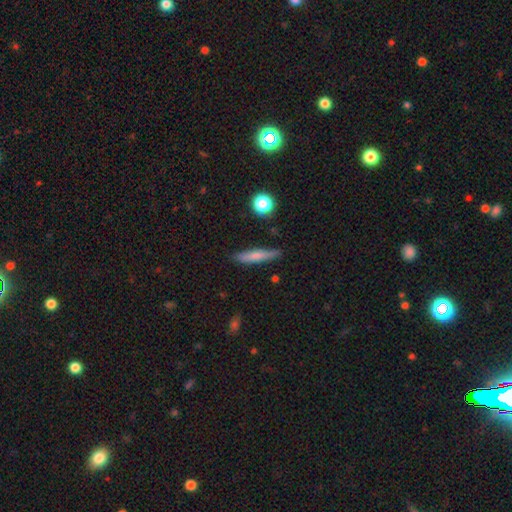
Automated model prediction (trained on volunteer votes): The model was most divided on "smooth or featured": smooth: 70%, featured or disk: 23%, star or artifact: 7%. More confident: how rounded — cigar-shaped (87%); merging — none (83%).